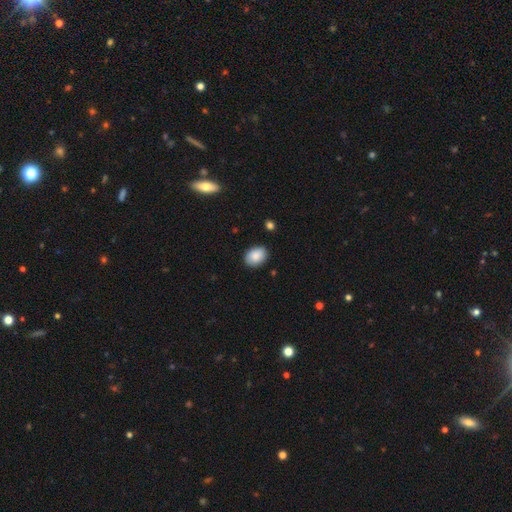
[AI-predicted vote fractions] A smooth galaxy with no disk features (88%) that is in between round and cigar-shaped (75%). Merging: none (86%).